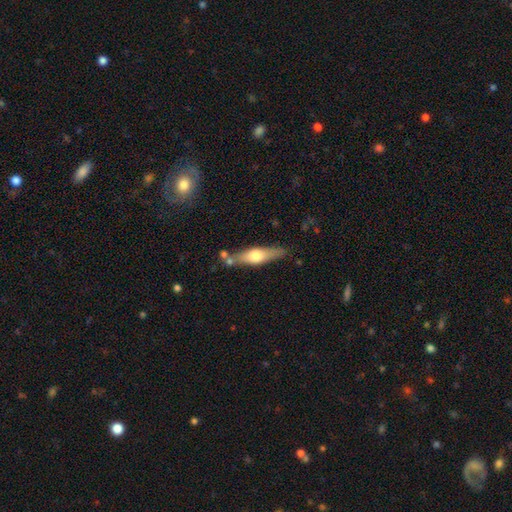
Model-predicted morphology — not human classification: This is possibly a featured or disk galaxy (49%). Merging: likely none (74%).